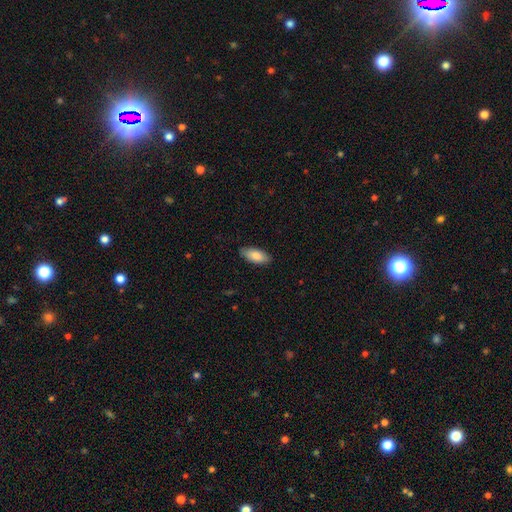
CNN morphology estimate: This is clearly a smooth galaxy (86%). How rounded: clearly in between (86%). Merging: clearly none (87%).